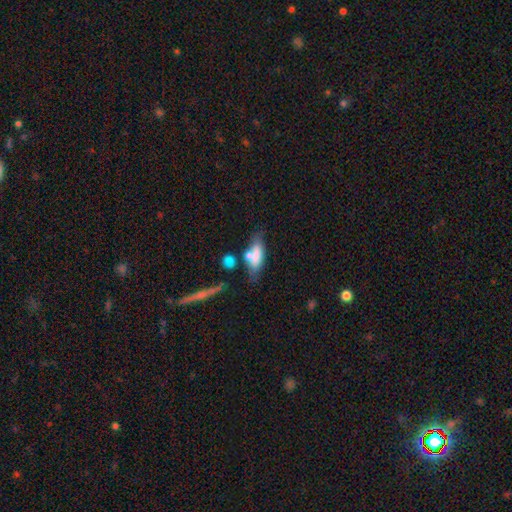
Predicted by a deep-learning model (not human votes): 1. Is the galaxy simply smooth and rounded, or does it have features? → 69% smooth, 23% featured or disk, 8% star or artifact.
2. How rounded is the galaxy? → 63% in between, 33% cigar-shaped, 4% round.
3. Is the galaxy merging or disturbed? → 48% none, 22% merger, 21% minor disturbance, 9% major disturbance.